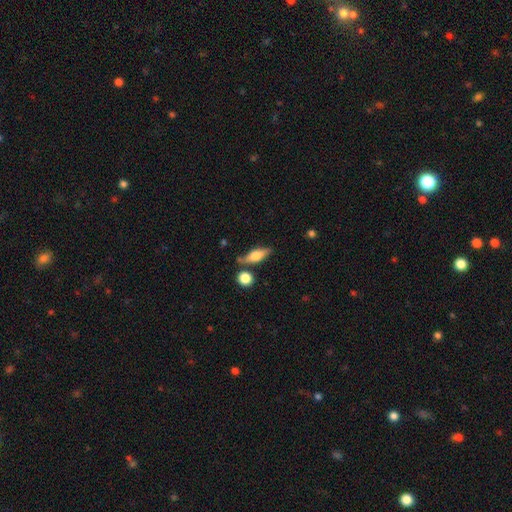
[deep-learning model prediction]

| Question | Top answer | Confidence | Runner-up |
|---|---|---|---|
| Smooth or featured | smooth | 48% | featured or disk (45%) |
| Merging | none | 74% | minor disturbance (14%) |